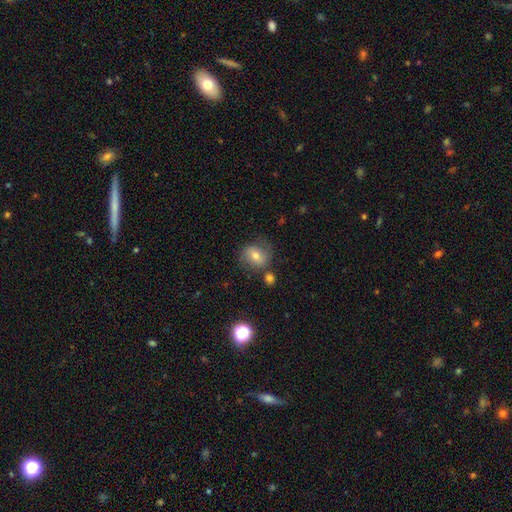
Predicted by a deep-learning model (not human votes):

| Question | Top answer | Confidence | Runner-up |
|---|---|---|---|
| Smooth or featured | smooth | 53% | featured or disk (34%) |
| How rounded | round | 65% | in between (33%) |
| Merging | none | 69% | minor disturbance (18%) |